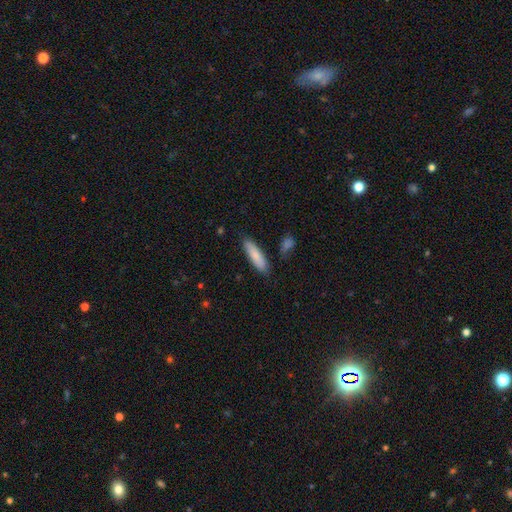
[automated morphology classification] Smooth or featured? Predicted: smooth (p=0.83). How rounded? Predicted: cigar-shaped (p=0.66). Merging? Predicted: none (p=0.82).